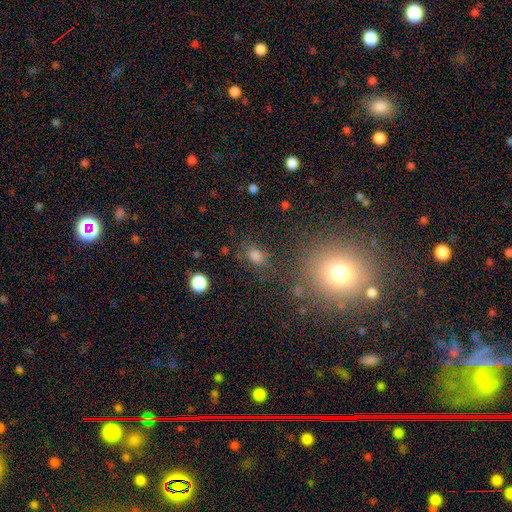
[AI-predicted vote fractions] smooth-or-featured: smooth: 75% | star or artifact: 19% | featured or disk: 6%
  how-rounded: in between: 58% | round: 40% | cigar-shaped: 2%
  merging: none: 79% | minor disturbance: 12% | major disturbance: 5% | merger: 4%